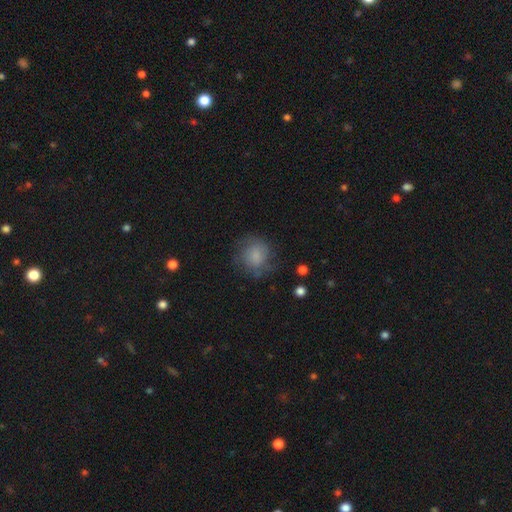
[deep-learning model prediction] A smooth galaxy with no disk features (65%) that is round (78%). Merging: none (61%).